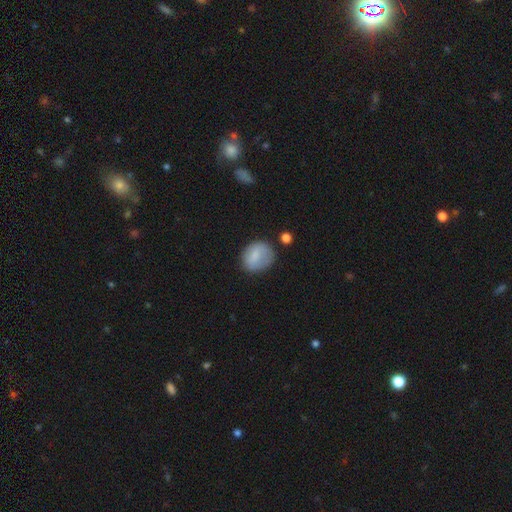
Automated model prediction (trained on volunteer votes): Overall: smooth (78%). How rounded: round (63%; in between 36%). Merging: none (68%).